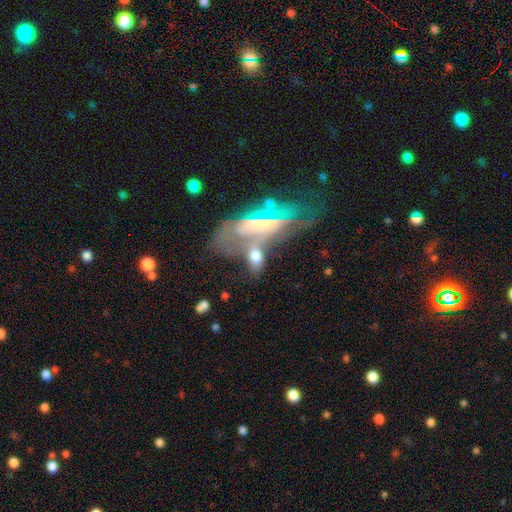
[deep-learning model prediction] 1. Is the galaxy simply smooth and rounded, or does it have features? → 58% smooth, 29% featured or disk, 13% star or artifact.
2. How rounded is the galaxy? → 81% in between, 10% cigar-shaped, 9% round.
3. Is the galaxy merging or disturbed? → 40% merger, 32% none, 15% minor disturbance, 13% major disturbance.